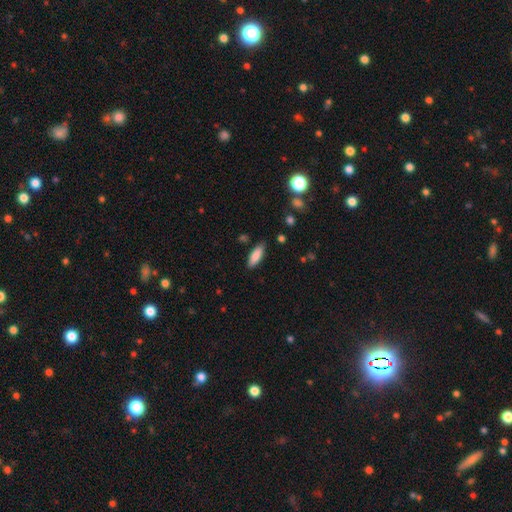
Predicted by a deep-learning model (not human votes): Q: Smooth or featured?
A: smooth (86%); runner-up: featured or disk (7%)
Q: How rounded?
A: in between (64%); runner-up: cigar-shaped (34%)
Q: Merging?
A: none (84%); runner-up: minor disturbance (12%)